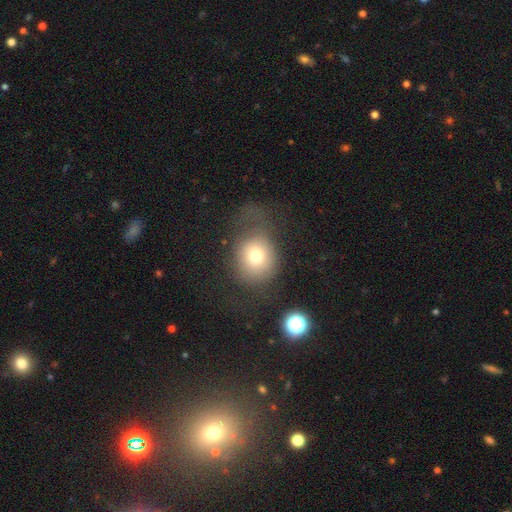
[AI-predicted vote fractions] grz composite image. It shows a smooth galaxy with no disk features (71%) that is round (72%). Merging: none (46%).